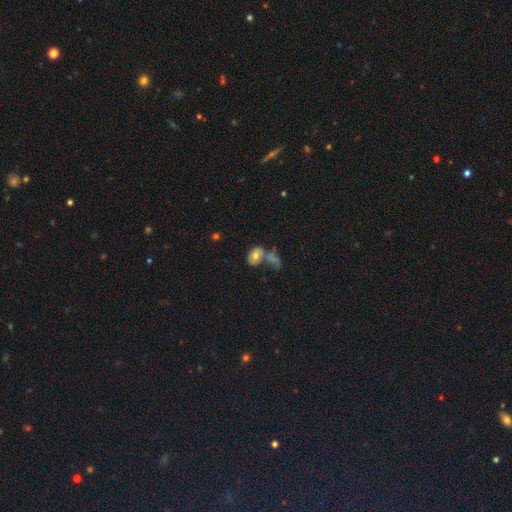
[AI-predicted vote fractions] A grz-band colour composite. It shows a smooth galaxy with no disk features (62%) that is in between round and cigar-shaped (73%). Merging: merger (41%).